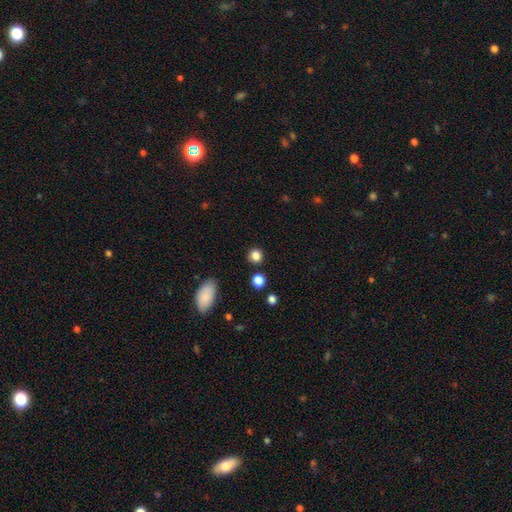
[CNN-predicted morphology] Smooth or featured: smooth — 84% (star or artifact — 12%)
How rounded: round — 87% (in between — 12%)
Merging: none — 86% (minor disturbance — 7%)